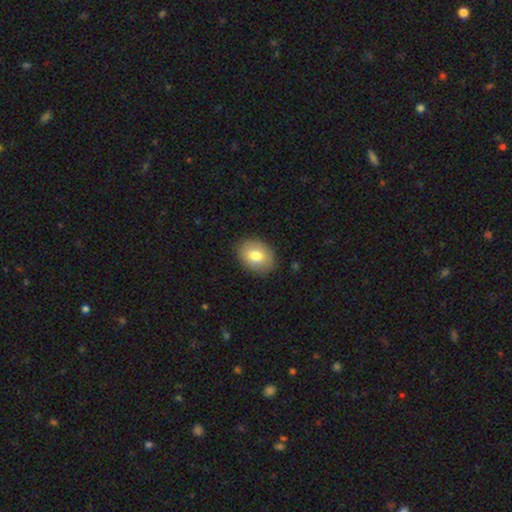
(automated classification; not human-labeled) Overall: smooth (77%). How rounded: in between (70%). Merging: none (85%).